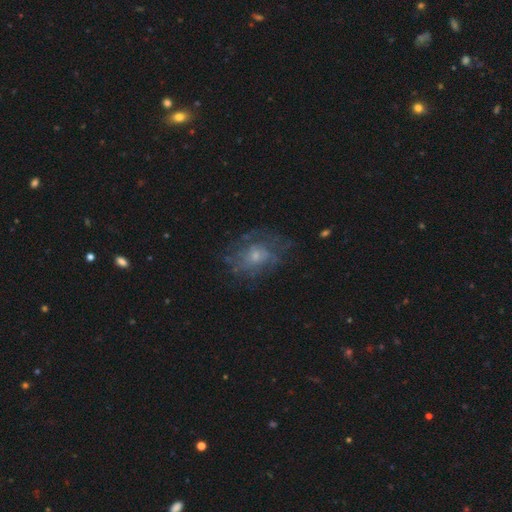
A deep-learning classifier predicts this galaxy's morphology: Smooth or featured: featured or disk — 57% (smooth — 28%)
Edge-on disk: no — 96% (yes — 4%)
Bar: no — 81% (weak — 17%)
Spiral arms: yes — 60% (no — 40%)
Bulge size: small — 53% (moderate — 37%)
Merging: none — 63% (minor disturbance — 19%)